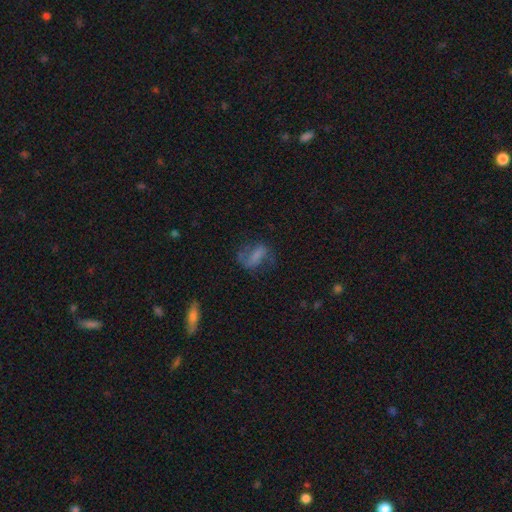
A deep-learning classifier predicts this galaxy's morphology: Overall: smooth (45%; featured or disk 43%). Merging: none (50%; major disturbance 24%).